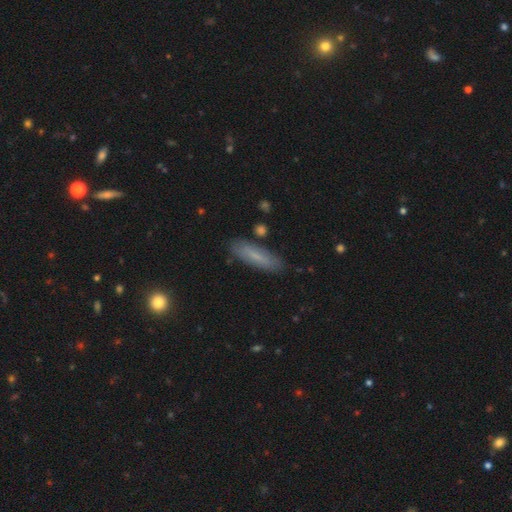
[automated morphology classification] Smooth or featured: smooth — 68% (featured or disk — 25%)
How rounded: cigar-shaped — 67% (in between — 31%)
Merging: none — 83% (minor disturbance — 12%)